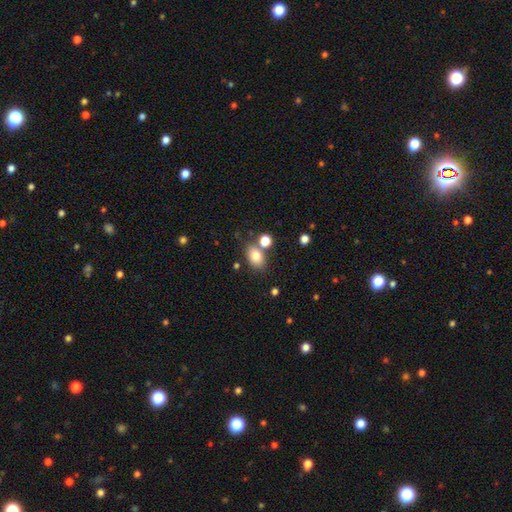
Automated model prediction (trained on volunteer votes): Smooth or featured?
  - smooth: 79% *
  - star or artifact: 10%
  - featured or disk: 10%
How rounded?
  - in between: 79% *
  - round: 19%
  - cigar-shaped: 1%
Merging?
  - none: 69% *
  - merger: 15%
  - minor disturbance: 12%
  - major disturbance: 4%